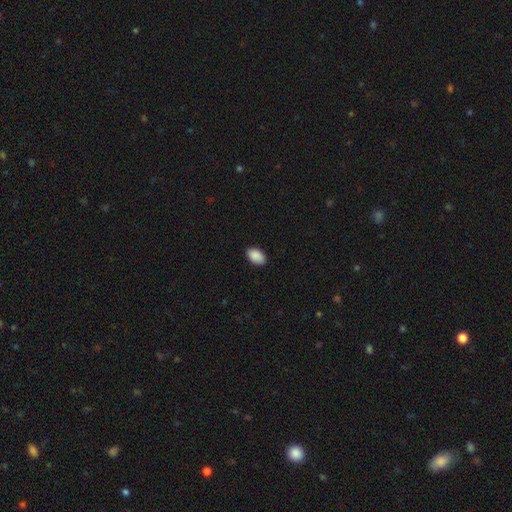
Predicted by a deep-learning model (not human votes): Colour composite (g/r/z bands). It shows a smooth galaxy with no disk features (91%) that is in between round and cigar-shaped (93%). Merging: none (89%).